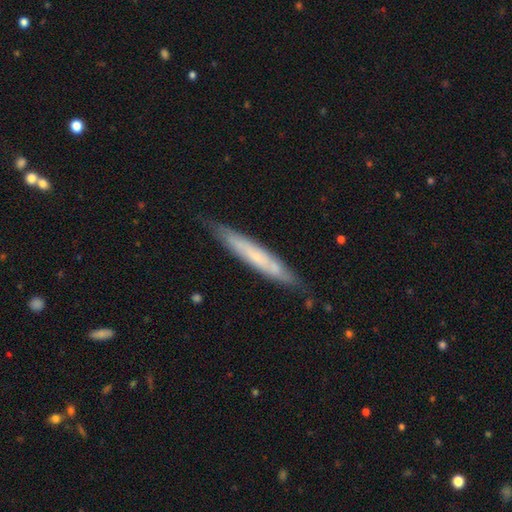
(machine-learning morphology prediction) Smooth or featured?
  - smooth: 48% *
  - featured or disk: 46%
  - star or artifact: 6%
Merging?
  - none: 82% *
  - minor disturbance: 14%
  - major disturbance: 2%
  - merger: 2%